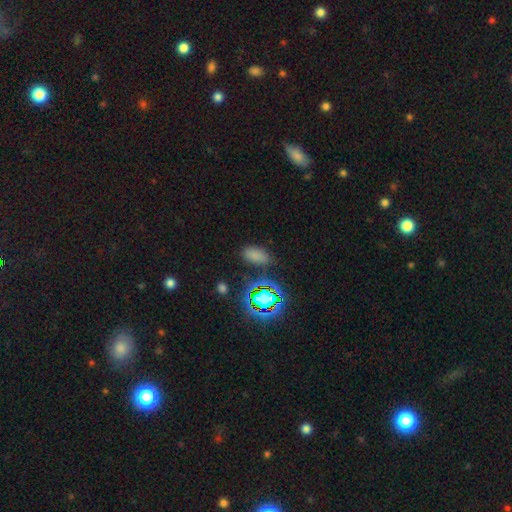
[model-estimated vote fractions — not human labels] A smooth galaxy with no disk features (66%) that is in between round and cigar-shaped (89%).

Vote fractions:
- Smooth or featured? smooth: 66% / star or artifact: 27% / featured or disk: 7%
- How rounded? in between: 89% / round: 6% / cigar-shaped: 4%
- Merging? none: 76% / minor disturbance: 15% / major disturbance: 5% / merger: 4%